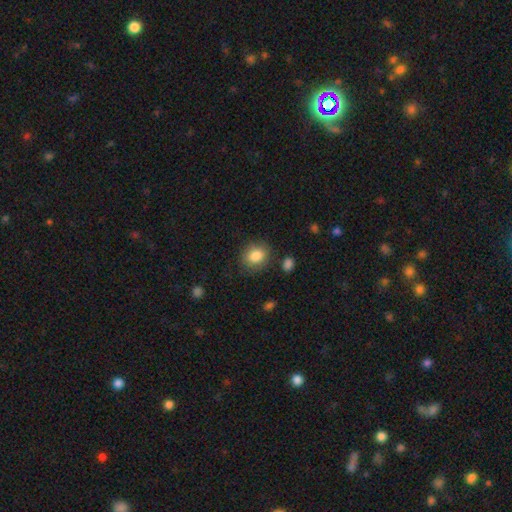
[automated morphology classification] Smooth or featured? Predicted: smooth (p=0.85). How rounded? Predicted: round (p=0.62). Merging? Predicted: none (p=0.79).